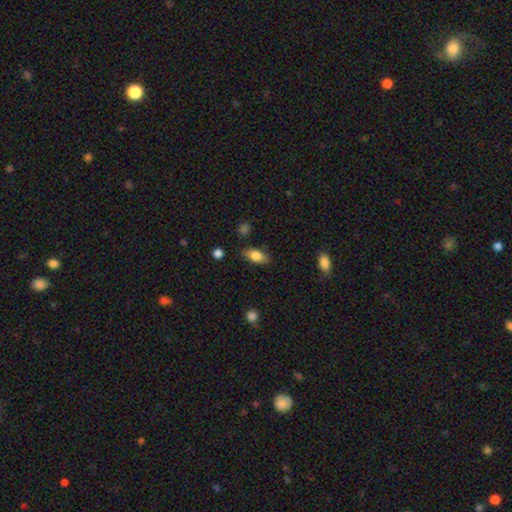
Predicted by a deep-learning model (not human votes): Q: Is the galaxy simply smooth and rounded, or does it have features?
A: smooth — 78%.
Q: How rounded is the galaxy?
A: in between — 86%.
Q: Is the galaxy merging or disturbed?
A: none — 81%.